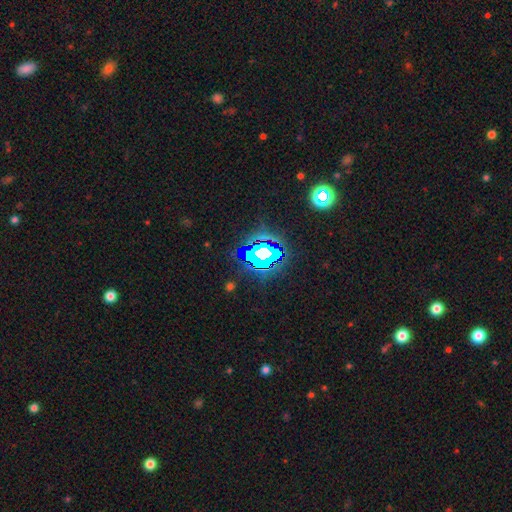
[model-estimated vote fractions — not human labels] Smooth or featured? star or artifact (81%)